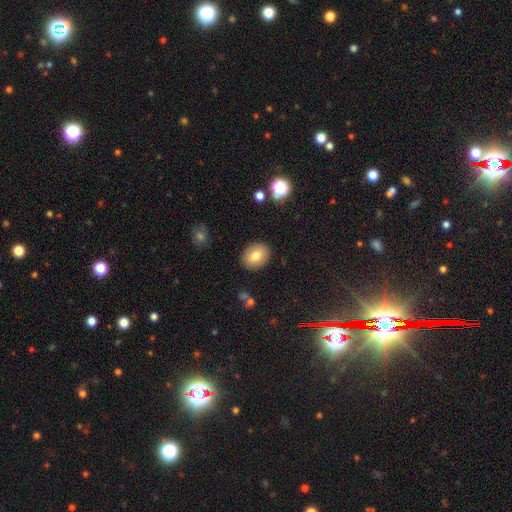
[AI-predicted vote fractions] Smooth or featured?
  - smooth: 77% *
  - featured or disk: 13%
  - star or artifact: 9%
How rounded?
  - round: 53% *
  - in between: 46%
  - cigar-shaped: 1%
Merging?
  - none: 88% *
  - minor disturbance: 8%
  - major disturbance: 2%
  - merger: 1%